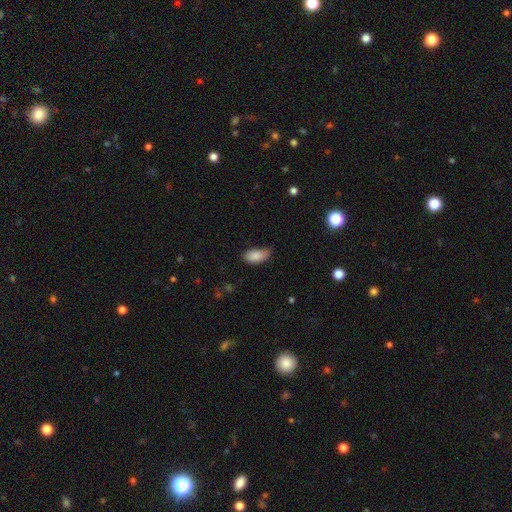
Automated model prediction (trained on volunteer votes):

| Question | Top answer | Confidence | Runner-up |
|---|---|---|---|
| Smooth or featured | smooth | 87% | star or artifact (7%) |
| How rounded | in between | 93% | cigar-shaped (5%) |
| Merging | none | 59% | minor disturbance (33%) |